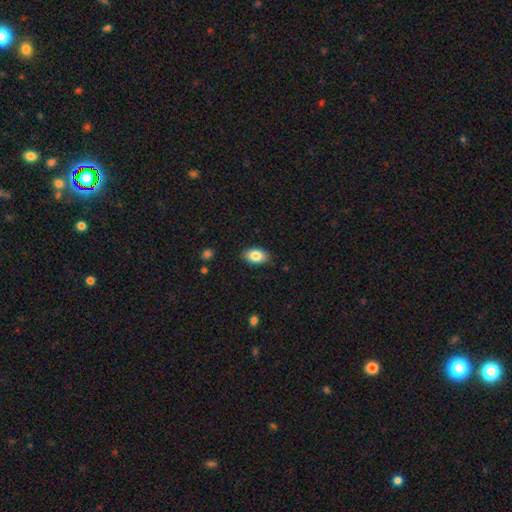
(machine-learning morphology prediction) Smooth or featured: smooth — 84% (featured or disk — 9%)
How rounded: in between — 91% (round — 8%)
Merging: none — 86% (minor disturbance — 11%)